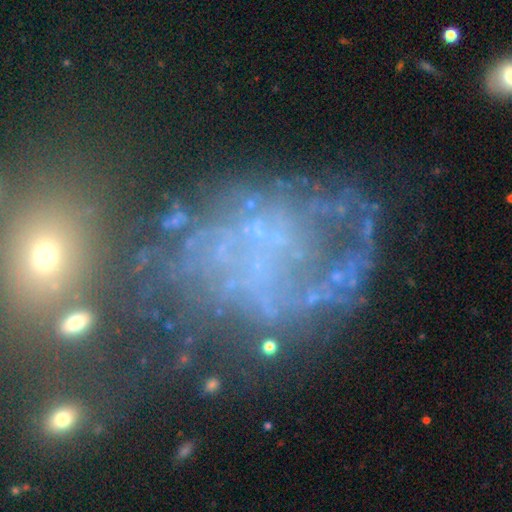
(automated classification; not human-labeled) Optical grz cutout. It shows a featured or disk galaxy (58%) with no bar (87%), no spiral arms (65%) and no central bulge (77%). Merging: major disturbance (36%).